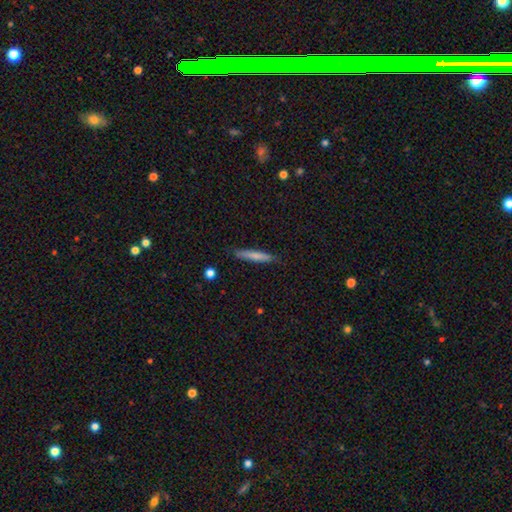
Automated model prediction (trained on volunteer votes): The model was most divided on "smooth or featured": smooth: 72%, featured or disk: 22%, star or artifact: 6%. More confident: how rounded — cigar-shaped (93%); merging — none (85%).